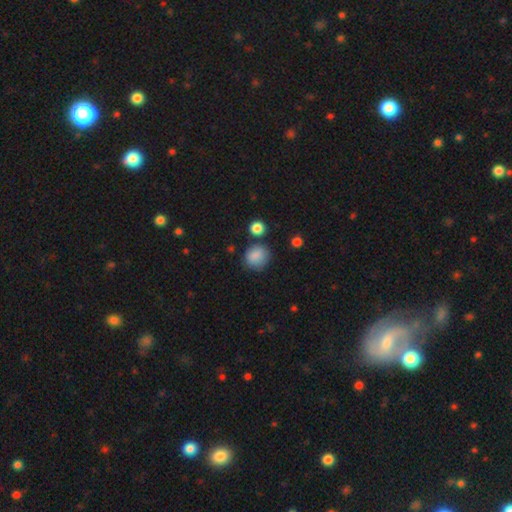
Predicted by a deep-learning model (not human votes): A smooth galaxy with no disk features (86%) that is round (80%). Merging: none (74%).